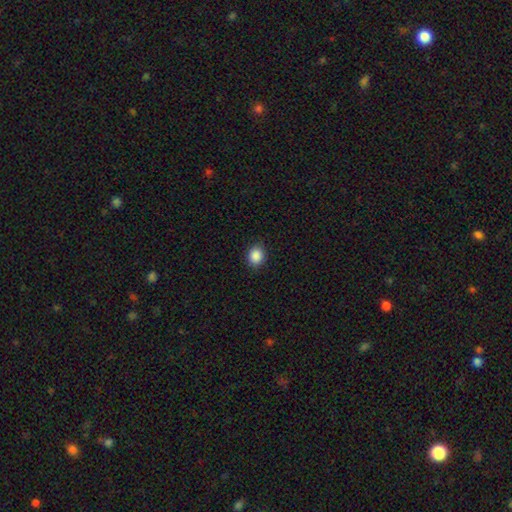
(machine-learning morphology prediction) A smooth galaxy with no disk features (88%) that is round (66%).

Vote fractions:
- Smooth or featured? smooth: 88% / star or artifact: 9% / featured or disk: 3%
- How rounded? round: 66% / in between: 33% / cigar-shaped: 1%
- Merging? none: 89% / minor disturbance: 8% / major disturbance: 2% / merger: 1%